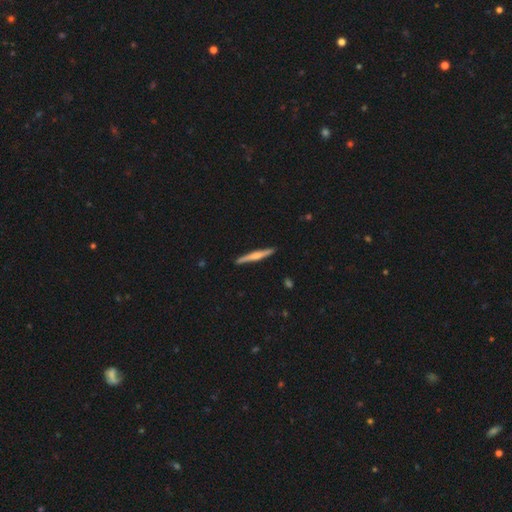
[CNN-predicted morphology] Smooth or featured? Predicted: featured or disk (p=0.58). Edge-on disk? Predicted: yes (p=0.97). Edge-on bulge? Predicted: rounded (p=0.65). Merging? Predicted: none (p=0.90).